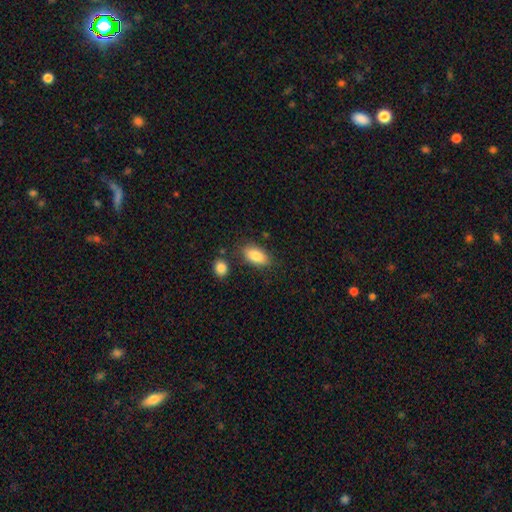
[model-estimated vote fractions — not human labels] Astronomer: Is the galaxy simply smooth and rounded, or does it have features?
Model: smooth — 85%.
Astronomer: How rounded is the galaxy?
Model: in between — 91%.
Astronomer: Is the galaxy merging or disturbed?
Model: none — 78%.